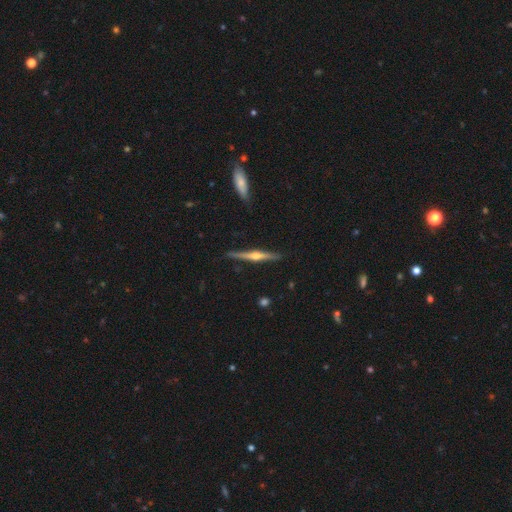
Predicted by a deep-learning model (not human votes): Morphology: type=featured or disk (78%); edge-on=yes (98%); edge-on bulge=rounded (94%); merging=none (88%).